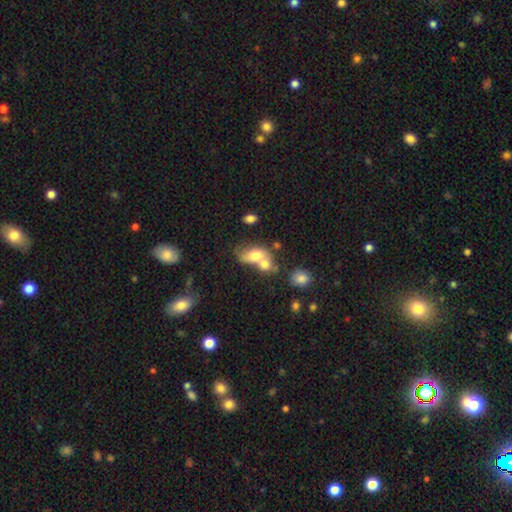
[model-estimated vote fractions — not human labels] This appears to be a smooth galaxy with no disk features (67%) that is in between round and cigar-shaped (81%). Merging: merger (68%).